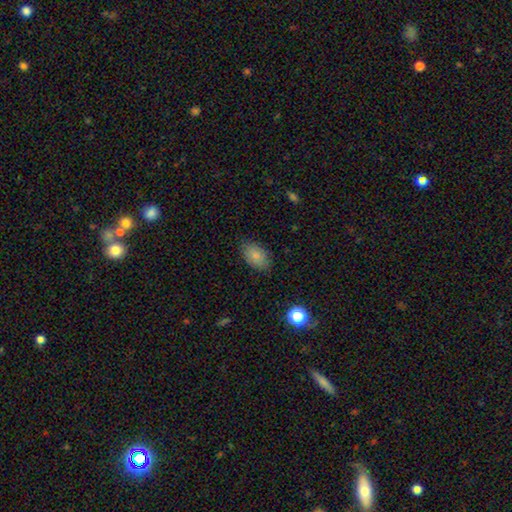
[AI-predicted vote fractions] The model was most divided on "merging": none: 81%, minor disturbance: 14%, major disturbance: 3%, merger: 1%. More confident: how rounded — in between (89%); smooth or featured — smooth (82%).